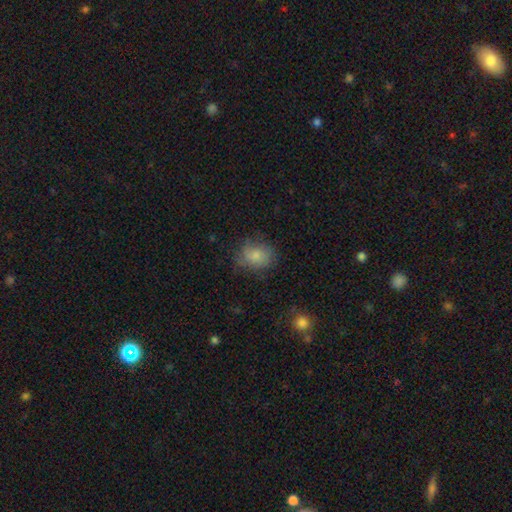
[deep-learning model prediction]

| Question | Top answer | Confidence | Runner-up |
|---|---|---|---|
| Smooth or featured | smooth | 78% | featured or disk (12%) |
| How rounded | round | 59% | in between (40%) |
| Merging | none | 67% | minor disturbance (23%) |